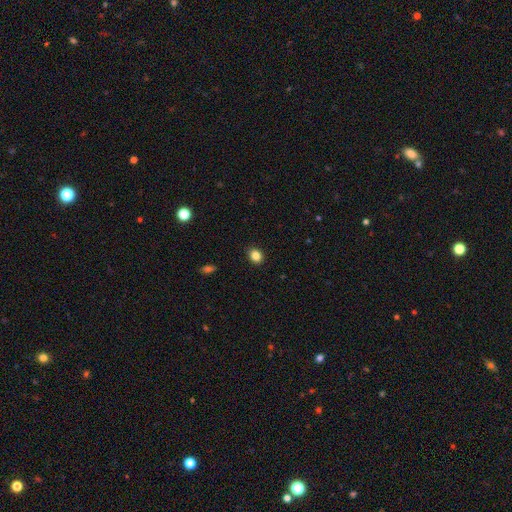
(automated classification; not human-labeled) This appears to be a smooth galaxy with no disk features (85%) that is in between round and cigar-shaped (52%). Merging: none (89%).